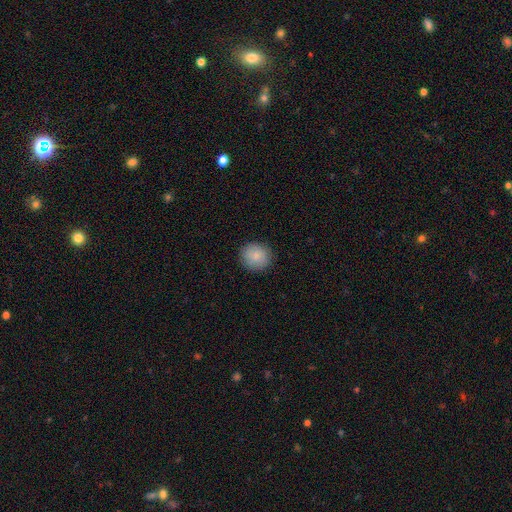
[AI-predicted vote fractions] Morphology: type=smooth (86%); roundness=round (88%); merging=none (89%).